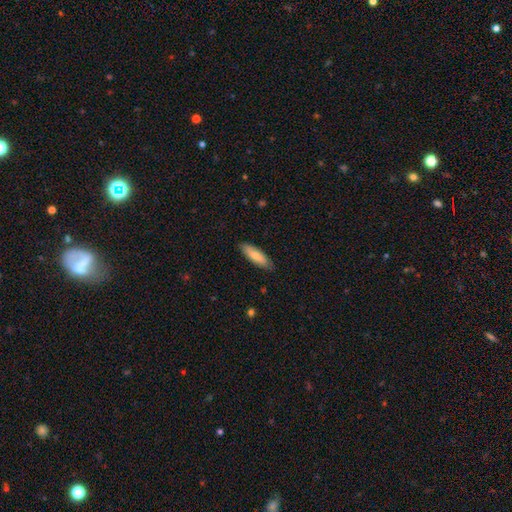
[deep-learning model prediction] smooth-or-featured: smooth: 77% | featured or disk: 18% | star or artifact: 5%
  how-rounded: cigar-shaped: 51% | in between: 47% | round: 2%
  merging: none: 86% | minor disturbance: 11% | major disturbance: 2% | merger: 1%